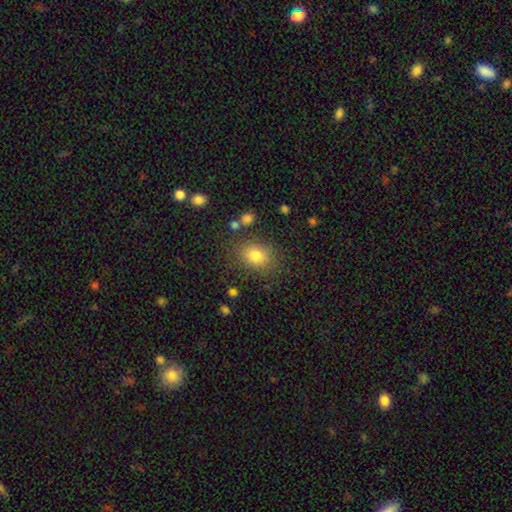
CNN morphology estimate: The model was most divided on "how rounded": in between: 53%, round: 46%, cigar-shaped: 1%. More confident: smooth or featured — smooth (80%); merging — none (78%).